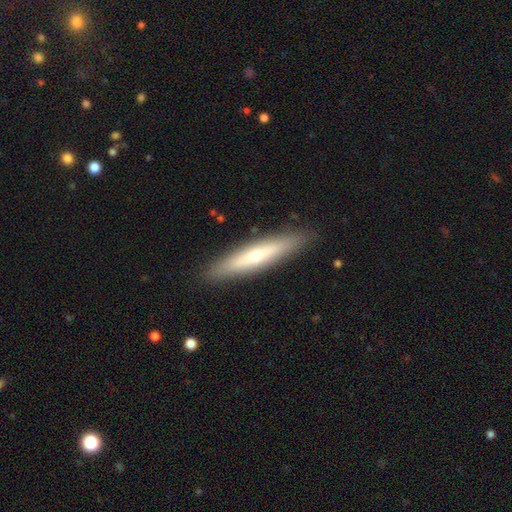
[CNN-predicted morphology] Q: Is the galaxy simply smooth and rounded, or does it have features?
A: smooth — 55%.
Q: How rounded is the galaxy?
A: cigar-shaped — 88%.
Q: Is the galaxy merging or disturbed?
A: none — 90%.